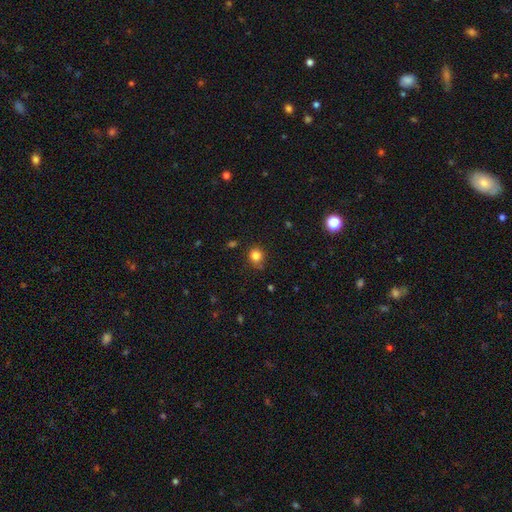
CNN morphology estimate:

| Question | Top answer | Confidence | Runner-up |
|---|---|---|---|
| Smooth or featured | smooth | 82% | star or artifact (13%) |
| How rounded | round | 82% | in between (17%) |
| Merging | none | 76% | minor disturbance (18%) |